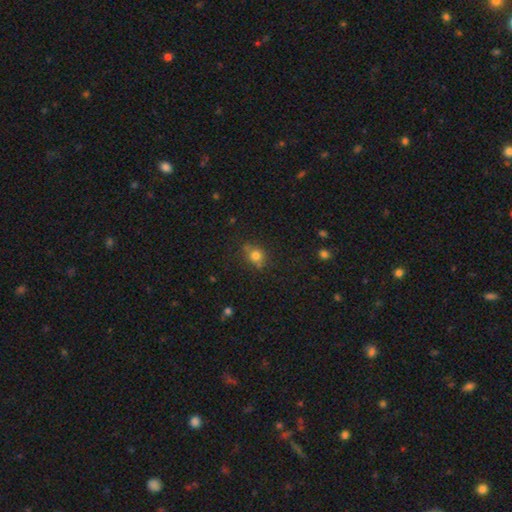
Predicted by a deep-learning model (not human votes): Q: Smooth or featured?
A: smooth (74%); runner-up: star or artifact (15%)
Q: How rounded?
A: round (61%); runner-up: in between (37%)
Q: Merging?
A: none (72%); runner-up: minor disturbance (19%)